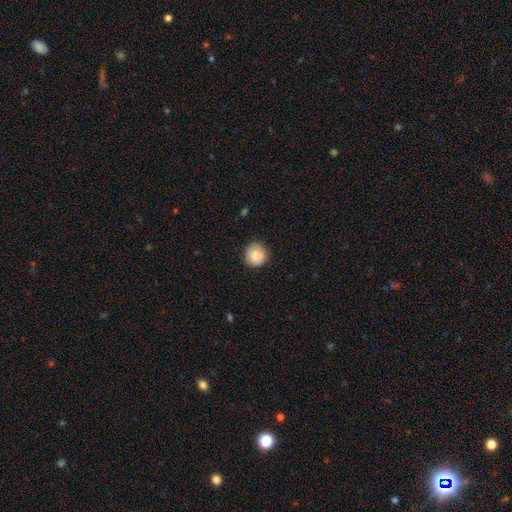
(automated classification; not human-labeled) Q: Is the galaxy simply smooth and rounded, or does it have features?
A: smooth — 86%.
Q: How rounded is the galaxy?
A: round — 93%.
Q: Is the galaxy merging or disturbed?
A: none — 86%.